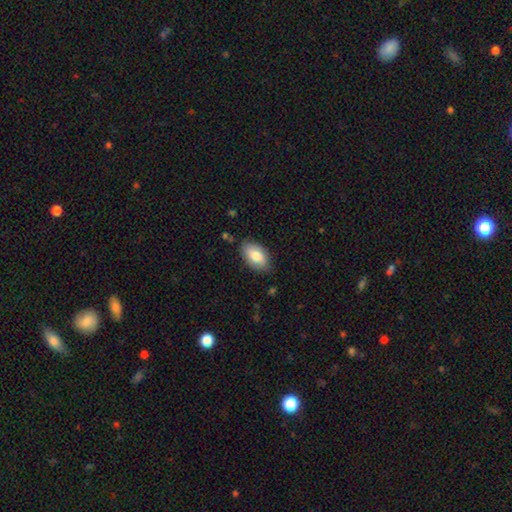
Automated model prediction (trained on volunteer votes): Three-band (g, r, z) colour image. It shows a smooth galaxy with no disk features (79%) that is in between round and cigar-shaped (93%). Merging: none (81%).